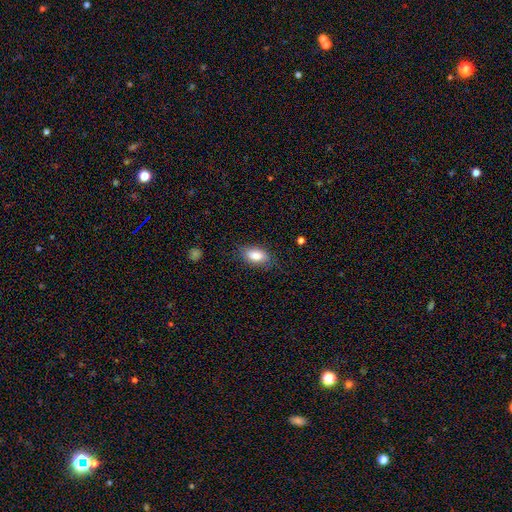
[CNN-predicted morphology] A smooth galaxy with no disk features (83%) that is in between round and cigar-shaped (91%).

Vote fractions:
- Smooth or featured? smooth: 83% / featured or disk: 9% / star or artifact: 7%
- How rounded? in between: 91% / round: 5% / cigar-shaped: 4%
- Merging? none: 78% / minor disturbance: 17% / major disturbance: 5% / merger: 1%